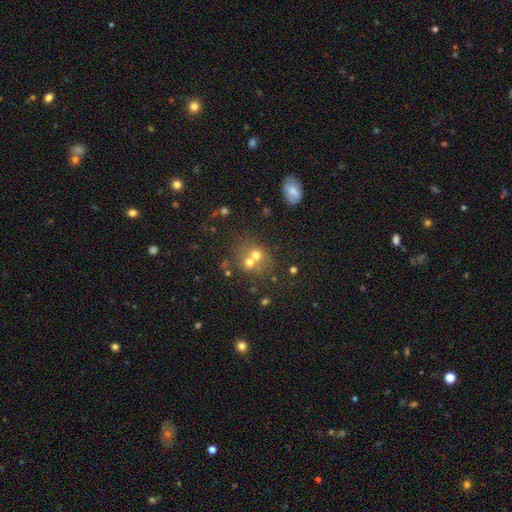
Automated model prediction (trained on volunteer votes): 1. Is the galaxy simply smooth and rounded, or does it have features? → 61% smooth, 21% featured or disk, 18% star or artifact.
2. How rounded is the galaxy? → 75% round, 24% in between, 1% cigar-shaped.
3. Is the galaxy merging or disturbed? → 51% merger, 38% none, 7% minor disturbance, 4% major disturbance.